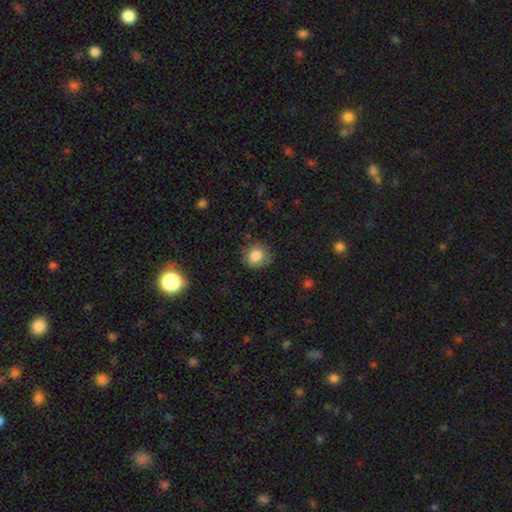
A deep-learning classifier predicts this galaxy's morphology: smooth 82%, star or artifact 9%, featured or disk 9%. Down the decision tree: how rounded — round (85%); merging — none (77%).